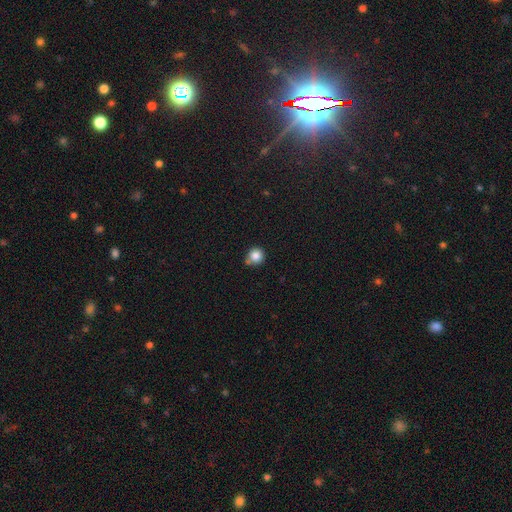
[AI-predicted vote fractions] Morphology: type=smooth (83%); roundness=round (93%); merging=none (66%).